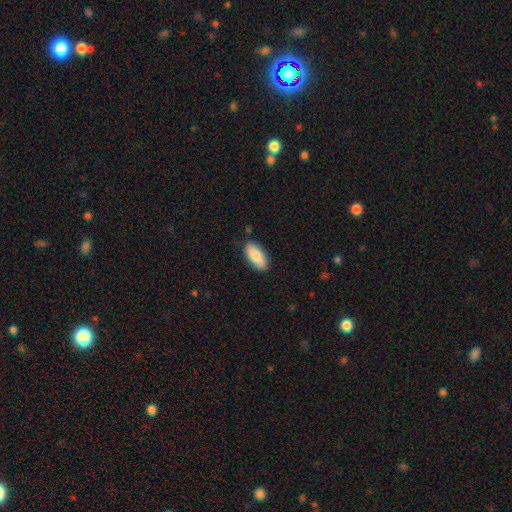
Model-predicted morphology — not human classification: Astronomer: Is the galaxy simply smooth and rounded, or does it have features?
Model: smooth — 80%.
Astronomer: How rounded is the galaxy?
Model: in between — 90%.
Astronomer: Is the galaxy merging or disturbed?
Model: none — 85%.